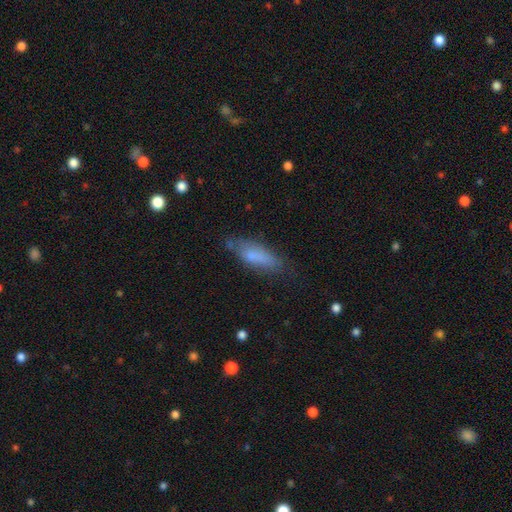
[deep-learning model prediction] Smooth or featured?
  - smooth: 73% *
  - featured or disk: 19%
  - star or artifact: 8%
How rounded?
  - in between: 52% *
  - cigar-shaped: 46%
  - round: 2%
Merging?
  - none: 65% *
  - minor disturbance: 24%
  - major disturbance: 8%
  - merger: 4%